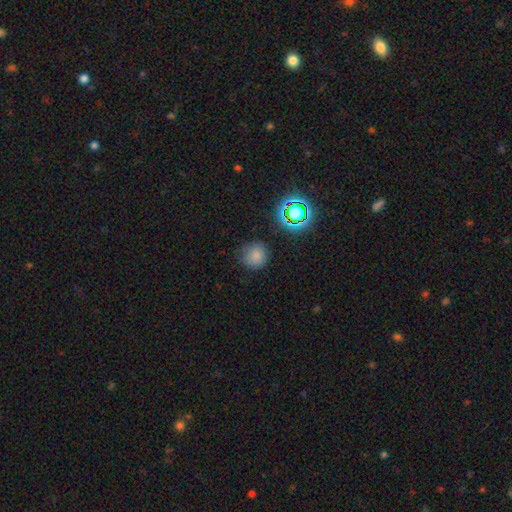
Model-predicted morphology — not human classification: smooth 74%, star or artifact 20%, featured or disk 7%. Down the decision tree: how rounded — round (90%); merging — none (78%).